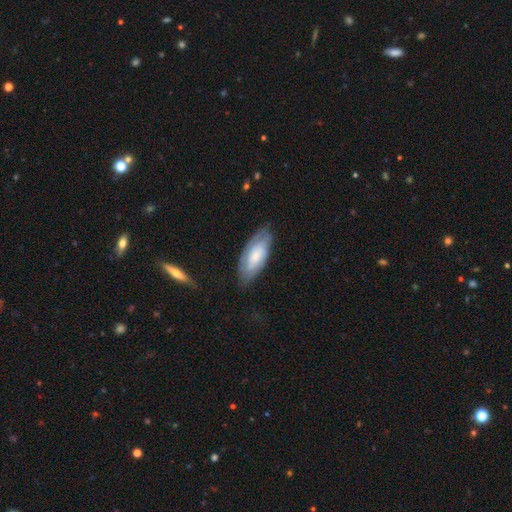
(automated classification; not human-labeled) A featured or disk galaxy (48%).

Vote fractions:
- Smooth or featured? featured or disk: 48% / smooth: 45% / star or artifact: 7%
- Merging? none: 69% / minor disturbance: 23% / major disturbance: 7% / merger: 2%